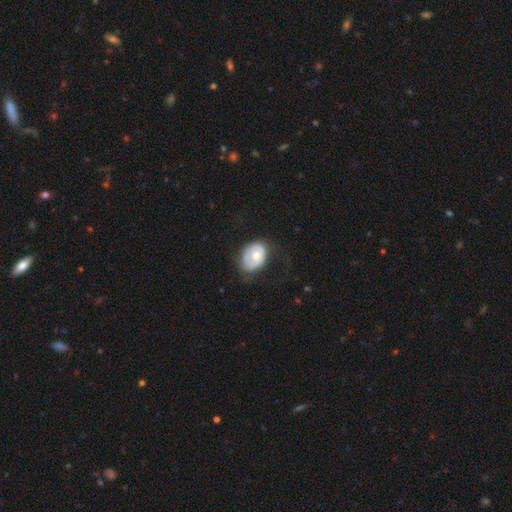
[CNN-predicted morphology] smooth_or_featured: smooth (p=0.57) [alt: featured or disk p=0.37]
how_rounded: in between (p=0.68) [alt: round p=0.32]
merging: none (p=0.49) [alt: minor disturbance p=0.30]